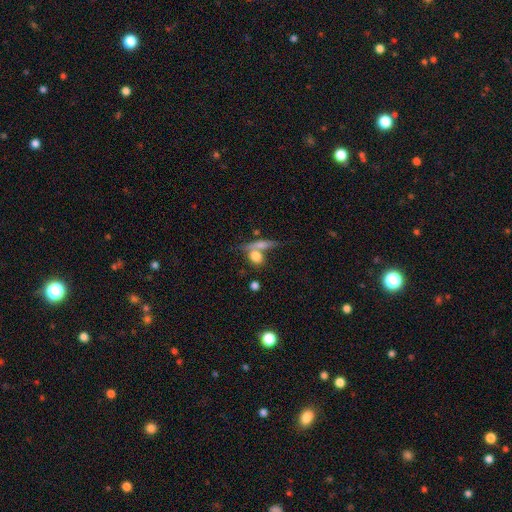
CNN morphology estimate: This is likely a smooth galaxy (76%). How rounded: possibly in between (46%). Merging: marginally none (41%).